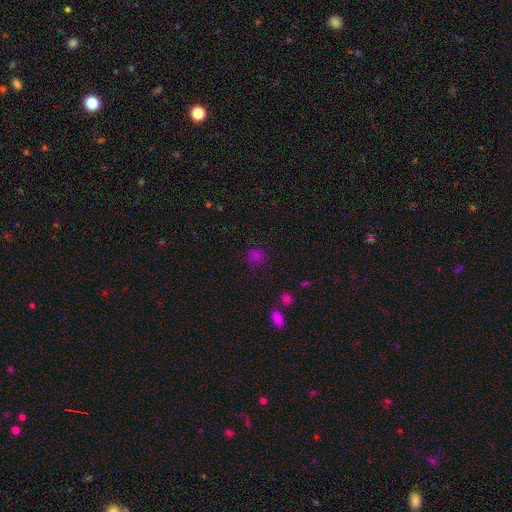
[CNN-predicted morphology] smooth 71%, star or artifact 24%, featured or disk 5%. Down the decision tree: how rounded — round (87%); merging — none (81%).